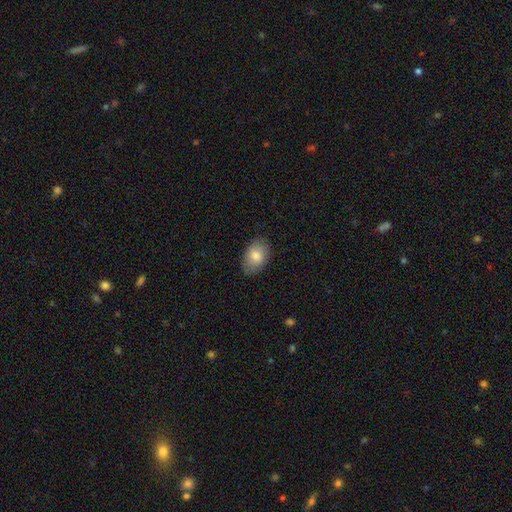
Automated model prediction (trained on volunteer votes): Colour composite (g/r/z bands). It shows a smooth galaxy with no disk features (80%) that is in between round and cigar-shaped (87%). Merging: none (83%).